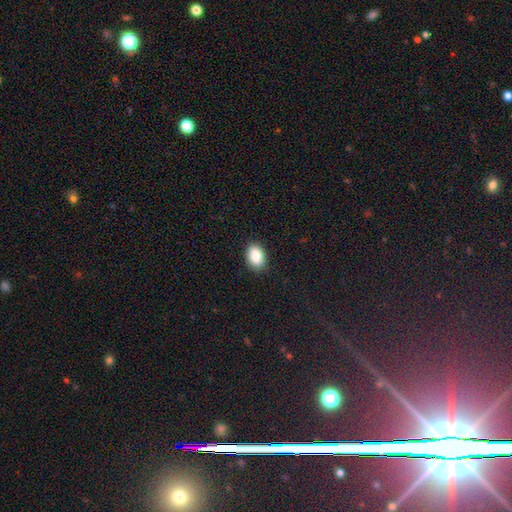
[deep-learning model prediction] Smooth or featured? Predicted: smooth (p=0.86). How rounded? Predicted: in between (p=0.80). Merging? Predicted: none (p=0.89).